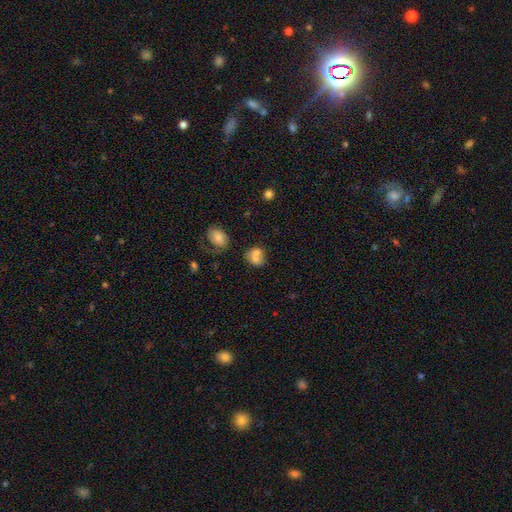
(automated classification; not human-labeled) A smooth galaxy with no disk features (69%) that is round (59%).

Vote fractions:
- Smooth or featured? smooth: 69% / featured or disk: 19% / star or artifact: 12%
- How rounded? round: 59% / in between: 39% / cigar-shaped: 1%
- Merging? merger: 53% / none: 31% / minor disturbance: 10% / major disturbance: 6%